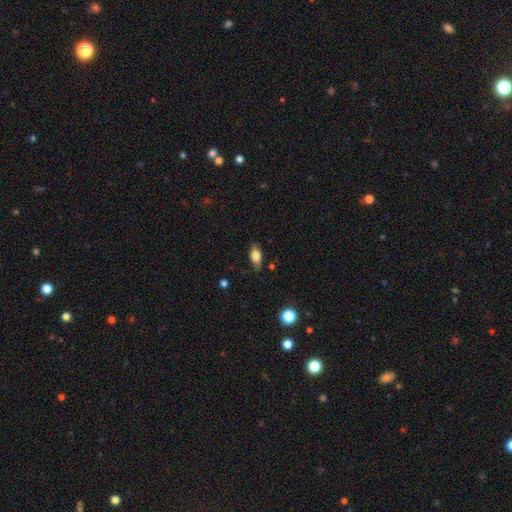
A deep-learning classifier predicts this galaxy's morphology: Smooth or featured? Predicted: smooth (p=0.76). How rounded? Predicted: in between (p=0.84). Merging? Predicted: none (p=0.76).